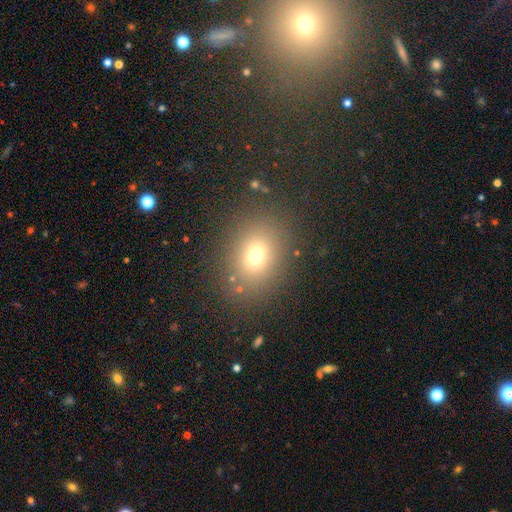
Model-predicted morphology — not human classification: Smooth or featured? smooth (70%)
How rounded? in between (52%)
Merging? none (83%)